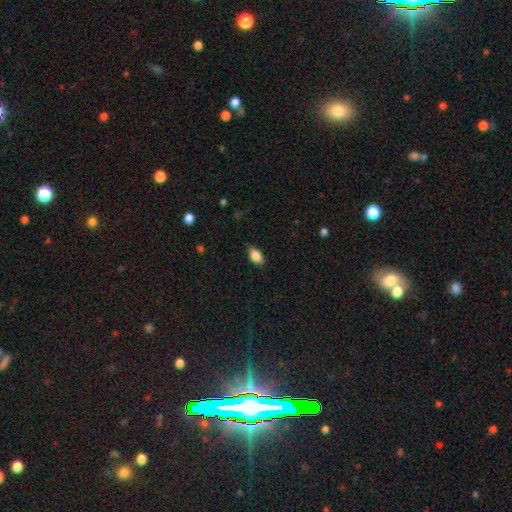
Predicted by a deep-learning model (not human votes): A smooth galaxy with no disk features (87%) that is in between round and cigar-shaped (91%).

Vote fractions:
- Smooth or featured? smooth: 87% / star or artifact: 7% / featured or disk: 5%
- How rounded? in between: 91% / round: 6% / cigar-shaped: 3%
- Merging? none: 82% / minor disturbance: 14% / major disturbance: 3% / merger: 1%